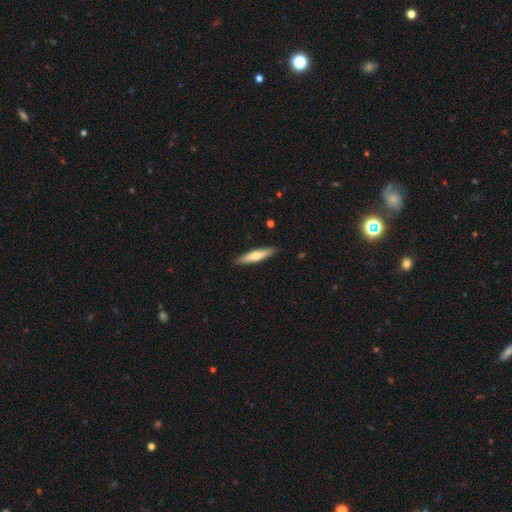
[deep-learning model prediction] smooth_or_featured: smooth (p=0.56) [alt: featured or disk p=0.38]
how_rounded: cigar-shaped (p=0.84) [alt: in between p=0.15]
merging: none (p=0.90) [alt: minor disturbance p=0.08]